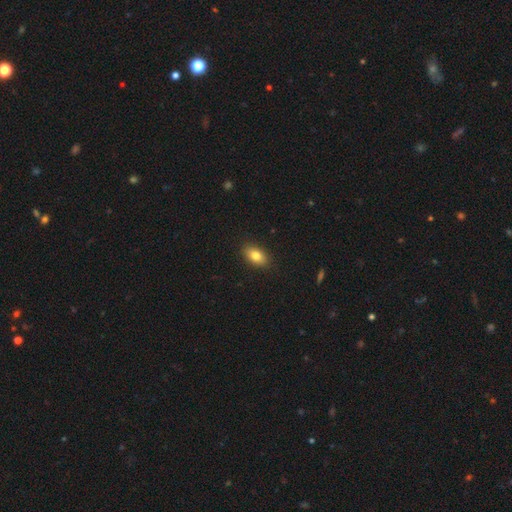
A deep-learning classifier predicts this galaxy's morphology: Overall: smooth (81%). How rounded: in between (89%). Merging: none (88%).